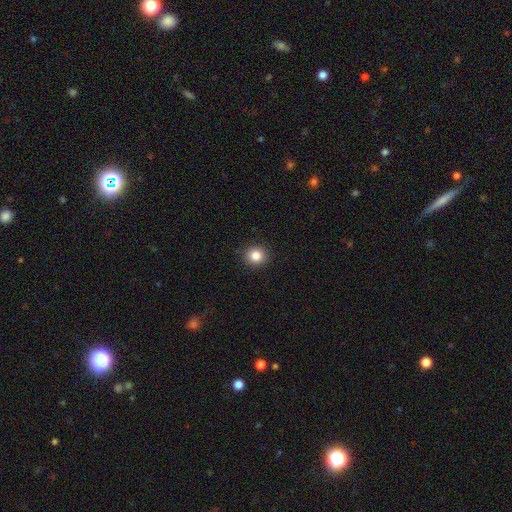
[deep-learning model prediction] smooth-or-featured: smooth: 84% | star or artifact: 11% | featured or disk: 5%
  how-rounded: round: 88% | in between: 11% | cigar-shaped: 1%
  merging: none: 92% | minor disturbance: 6% | major disturbance: 2% | merger: 1%